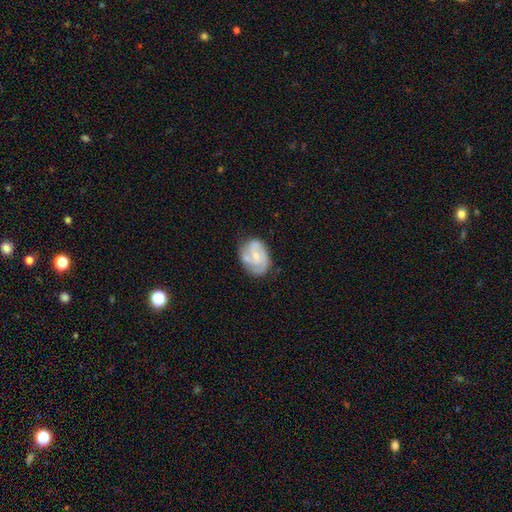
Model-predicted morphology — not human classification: Smooth or featured? featured or disk (69%)
Edge-on disk? no (98%)
Bar? no (52%)
Spiral arms? yes (85%)
Spiral winding? medium (43%)
Spiral arm count? 2 (41%)
Bulge size? small (57%)
Merging? none (59%)